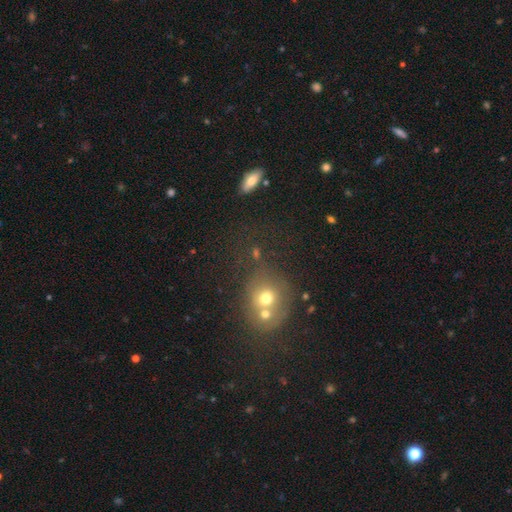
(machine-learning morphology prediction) This is possibly a smooth galaxy (52%). How rounded: likely round (70%). Merging: possibly none (45%).